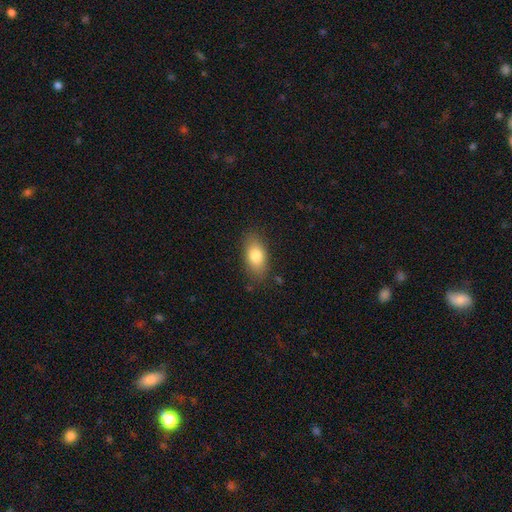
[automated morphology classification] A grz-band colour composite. It shows a smooth galaxy with no disk features (80%) that is in between round and cigar-shaped (89%). Merging: none (82%).